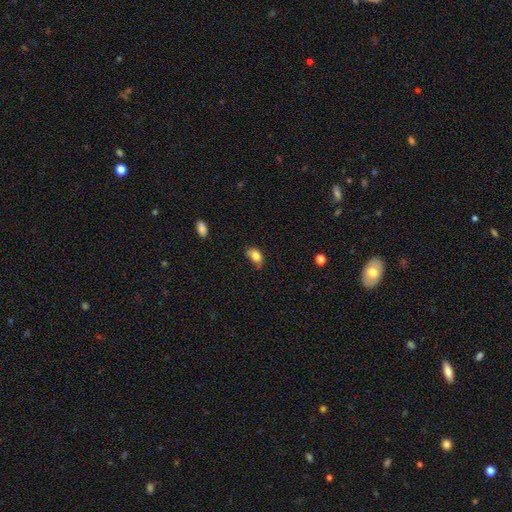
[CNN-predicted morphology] A smooth galaxy with no disk features (81%) that is in between round and cigar-shaped (83%). Merging: none (47%).